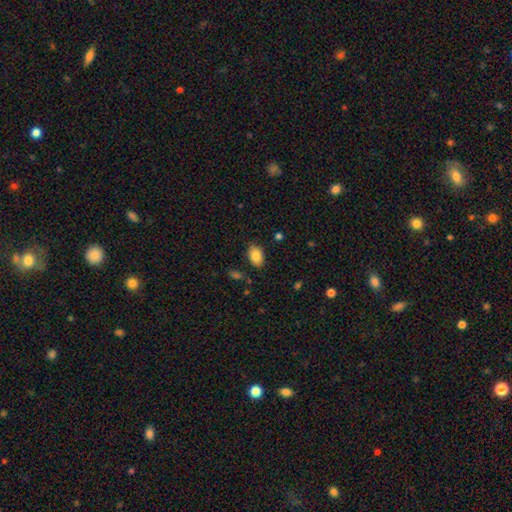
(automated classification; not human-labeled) A smooth galaxy with no disk features (85%) that is in between round and cigar-shaped (88%). Merging: none (82%).